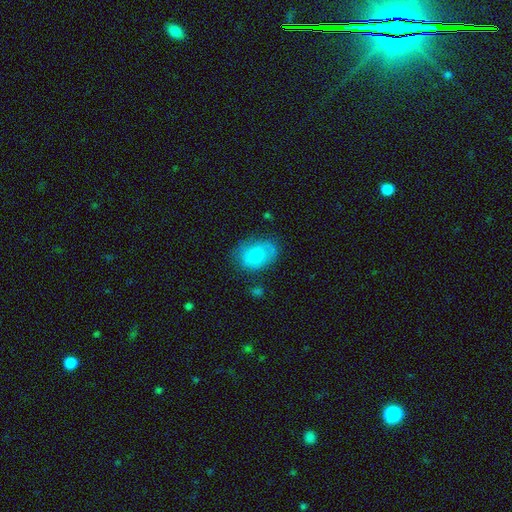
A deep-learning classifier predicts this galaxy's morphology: Smooth or featured? smooth (70%)
How rounded? in between (74%)
Merging? none (67%)